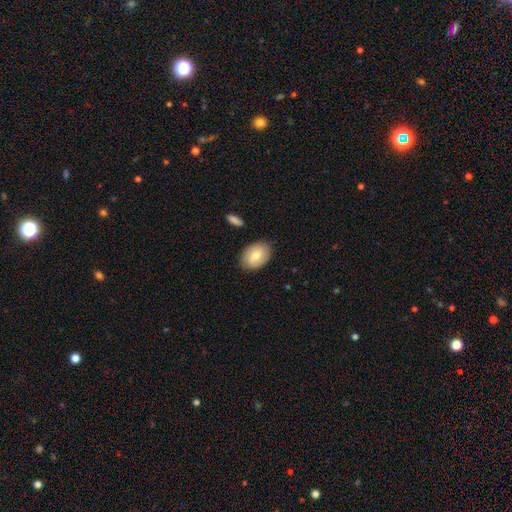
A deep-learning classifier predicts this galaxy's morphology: A smooth galaxy with no disk features (70%) that is in between round and cigar-shaped (77%).

Vote fractions:
- Smooth or featured? smooth: 70% / featured or disk: 24% / star or artifact: 7%
- How rounded? in between: 77% / round: 22% / cigar-shaped: 1%
- Merging? none: 84% / minor disturbance: 12% / major disturbance: 2% / merger: 2%